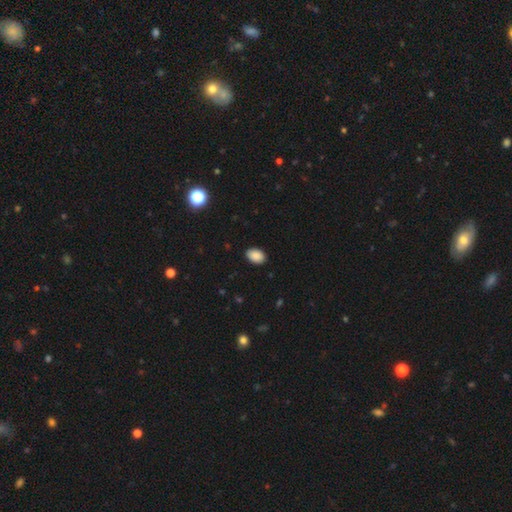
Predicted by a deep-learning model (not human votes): Smooth or featured? smooth (89%)
How rounded? in between (86%)
Merging? none (89%)